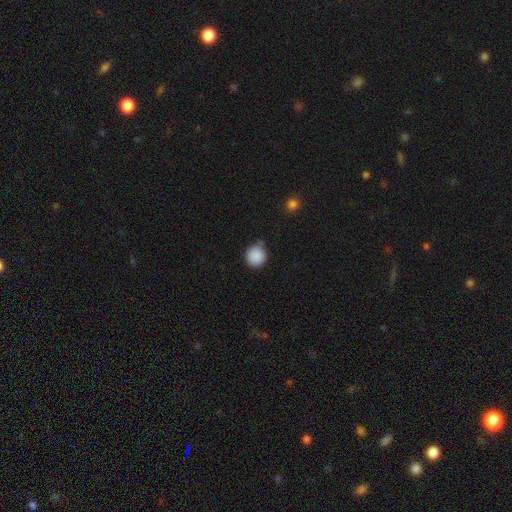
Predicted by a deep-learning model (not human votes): This is clearly a smooth galaxy (88%). How rounded: clearly round (93%). Merging: likely none (74%).